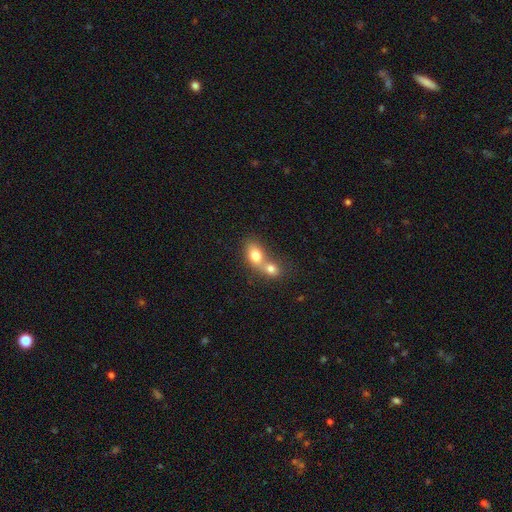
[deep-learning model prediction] This appears to be a smooth galaxy with no disk features (76%) that is in between round and cigar-shaped (69%). Merging: merger (73%).